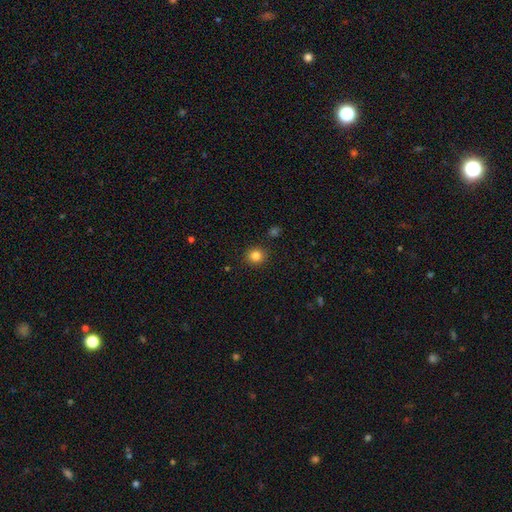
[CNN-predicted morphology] Overall: smooth (83%). How rounded: round (88%). Merging: none (90%).